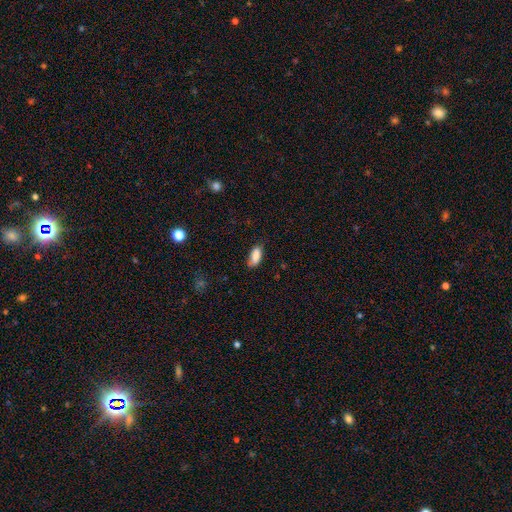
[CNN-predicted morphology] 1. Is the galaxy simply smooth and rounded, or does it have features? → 85% smooth, 8% featured or disk, 8% star or artifact.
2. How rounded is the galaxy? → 84% in between, 13% cigar-shaped, 3% round.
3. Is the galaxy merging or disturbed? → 65% none, 27% minor disturbance, 6% major disturbance, 2% merger.